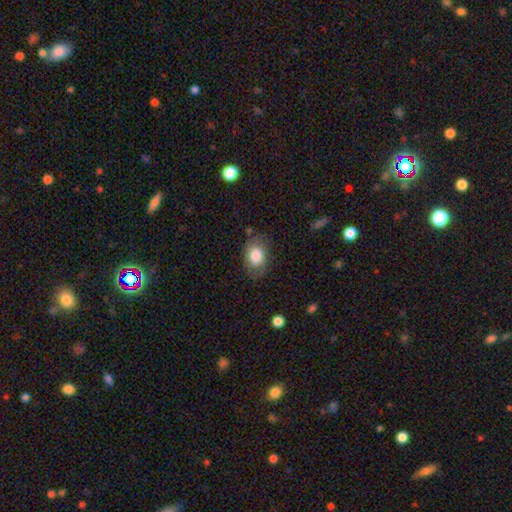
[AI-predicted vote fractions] Q: Smooth or featured?
A: smooth (81%); runner-up: featured or disk (11%)
Q: How rounded?
A: in between (80%); runner-up: round (19%)
Q: Merging?
A: none (75%); runner-up: minor disturbance (17%)